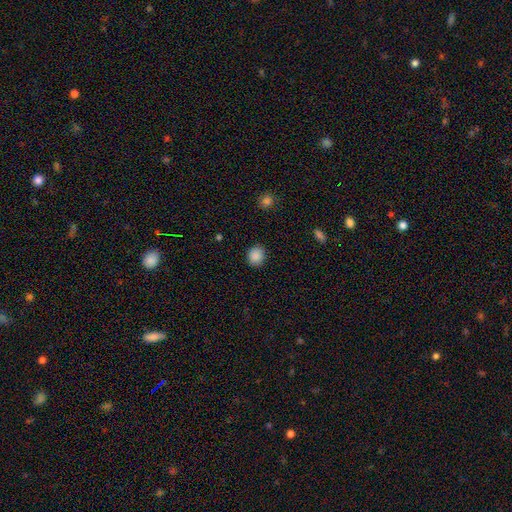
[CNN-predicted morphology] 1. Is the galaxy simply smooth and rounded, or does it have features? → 88% smooth, 9% star or artifact, 3% featured or disk.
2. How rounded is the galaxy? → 74% round, 25% in between, 1% cigar-shaped.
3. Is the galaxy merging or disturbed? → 89% none, 8% minor disturbance, 2% major disturbance, 1% merger.